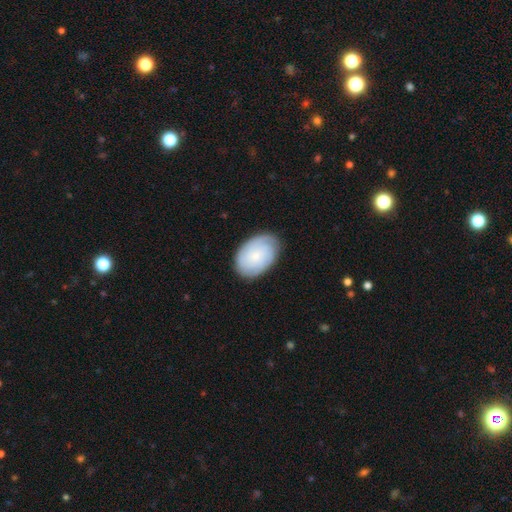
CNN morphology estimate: smooth_or_featured: featured or disk (p=0.47) [alt: smooth p=0.46]
merging: none (p=0.79) [alt: minor disturbance p=0.16]